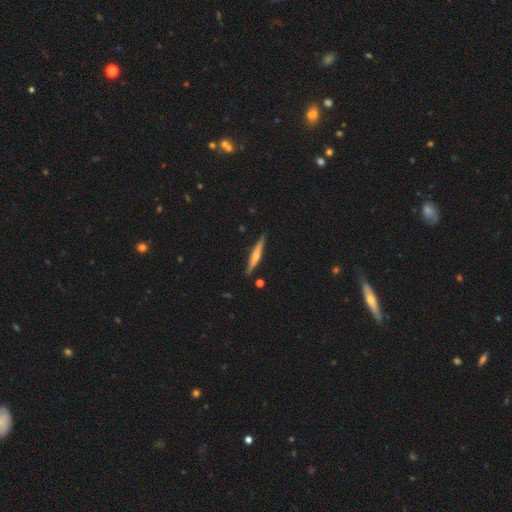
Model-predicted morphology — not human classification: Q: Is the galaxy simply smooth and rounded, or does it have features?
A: featured or disk — 56%.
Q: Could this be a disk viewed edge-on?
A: yes — 97%.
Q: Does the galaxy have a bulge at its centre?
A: rounded — 66%.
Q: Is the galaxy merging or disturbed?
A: none — 87%.